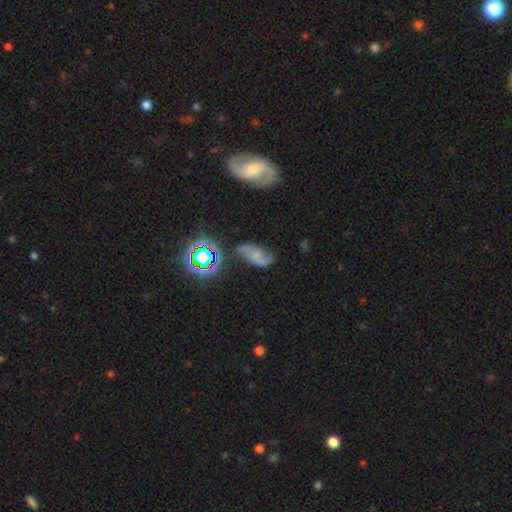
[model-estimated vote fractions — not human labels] A featured or disk galaxy (57%) with no bar (57%), spiral arms (87%) and a small central bulge (43%). Merging: none (52%).